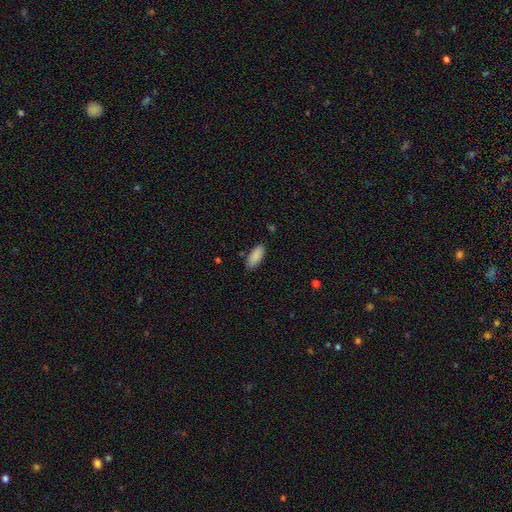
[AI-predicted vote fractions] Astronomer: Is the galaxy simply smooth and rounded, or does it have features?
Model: smooth — 89%.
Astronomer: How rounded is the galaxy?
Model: in between — 86%.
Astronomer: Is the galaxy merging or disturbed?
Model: none — 85%.